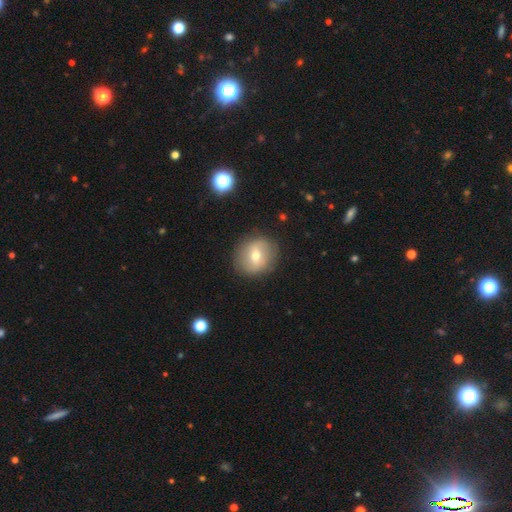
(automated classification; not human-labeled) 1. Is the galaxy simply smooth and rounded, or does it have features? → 52% smooth, 39% featured or disk, 8% star or artifact.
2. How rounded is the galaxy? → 83% round, 16% in between, 1% cigar-shaped.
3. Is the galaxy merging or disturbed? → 85% none, 10% minor disturbance, 4% major disturbance, 1% merger.